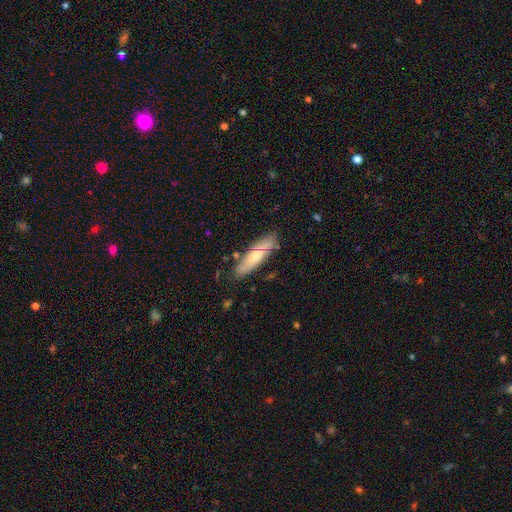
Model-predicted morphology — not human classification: A smooth galaxy with no disk features (59%) that is cigar-shaped (59%).

Vote fractions:
- Smooth or featured? smooth: 59% / featured or disk: 35% / star or artifact: 6%
- How rounded? cigar-shaped: 59% / in between: 39% / round: 2%
- Merging? none: 78% / minor disturbance: 16% / merger: 3% / major disturbance: 3%